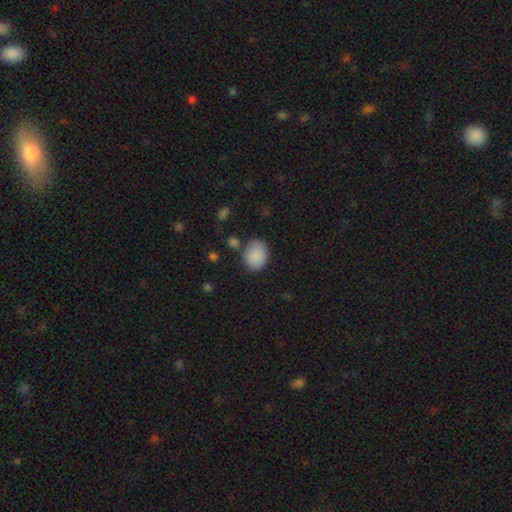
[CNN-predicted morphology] A smooth galaxy with no disk features (88%) that is in between round and cigar-shaped (57%). Merging: none (74%).